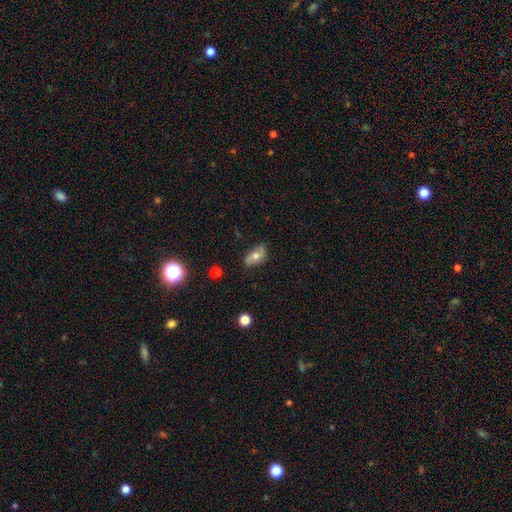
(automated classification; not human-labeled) Overall: smooth (58%; featured or disk 33%). How rounded: in between (88%). Merging: none (75%).